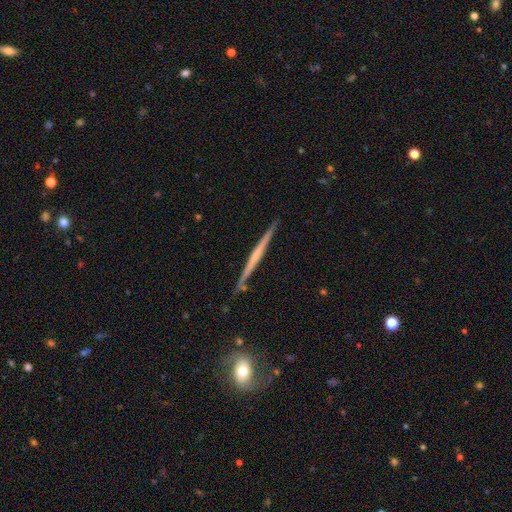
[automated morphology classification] Q: Smooth or featured?
A: featured or disk (68%); runner-up: smooth (27%)
Q: Edge-on disk?
A: yes (98%); runner-up: no (2%)
Q: Edge-on bulge?
A: none (71%); runner-up: rounded (20%)
Q: Merging?
A: none (88%); runner-up: minor disturbance (9%)